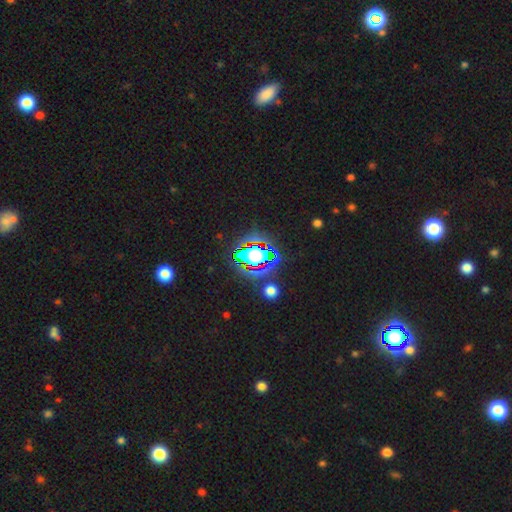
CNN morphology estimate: Overall: star or artifact (61%; smooth 23%).